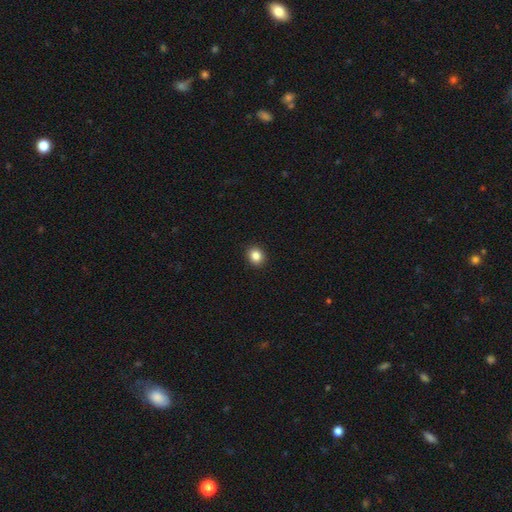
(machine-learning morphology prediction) Smooth or featured? smooth (85%)
How rounded? round (73%)
Merging? none (92%)